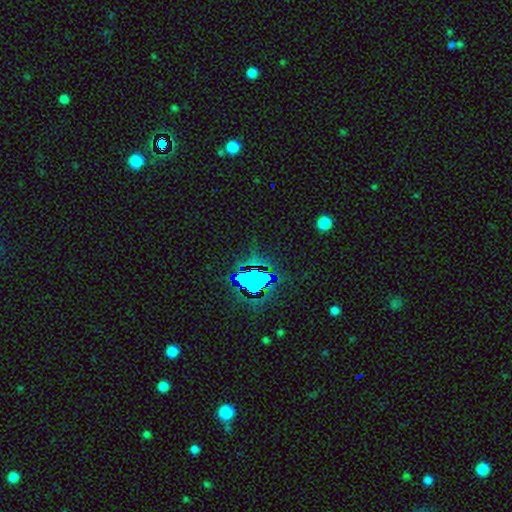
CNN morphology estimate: This appears to be a star or artifact, not a galaxy (79%).